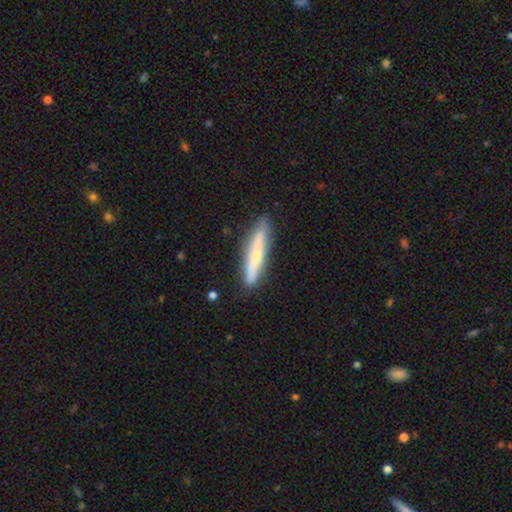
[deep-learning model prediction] A smooth galaxy with no disk features (50%) that is cigar-shaped (90%).

Vote fractions:
- Smooth or featured? smooth: 50% / featured or disk: 44% / star or artifact: 6%
- How rounded? cigar-shaped: 90% / in between: 9% / round: 2%
- Merging? none: 83% / minor disturbance: 13% / major disturbance: 2% / merger: 2%